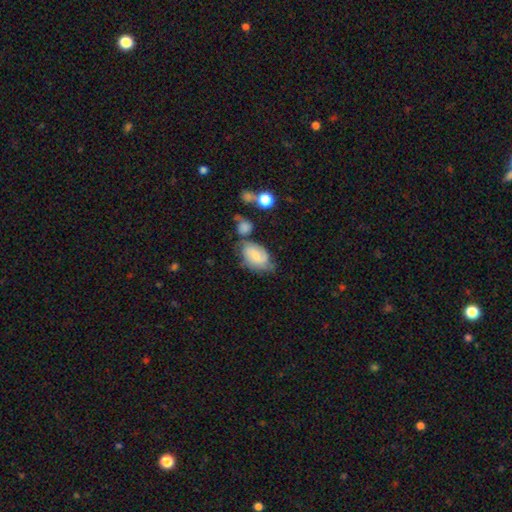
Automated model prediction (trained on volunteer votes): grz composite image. It shows a featured or disk galaxy (50%). Merging: none (49%).